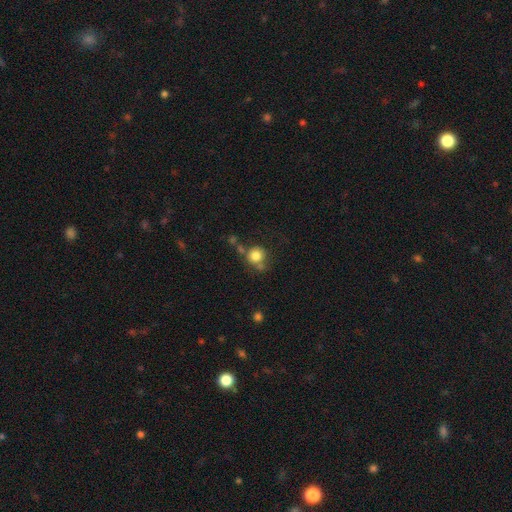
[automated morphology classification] smooth 81%, star or artifact 11%, featured or disk 8%. Down the decision tree: how rounded — round (89%); merging — none (61%).